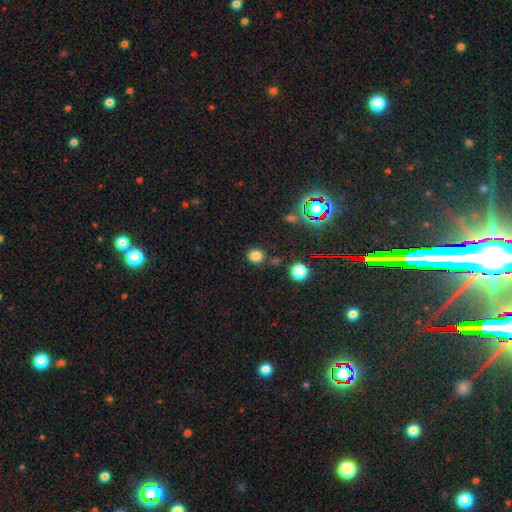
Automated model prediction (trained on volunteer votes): Overall: smooth (77%). How rounded: round (83%). Merging: none (81%).